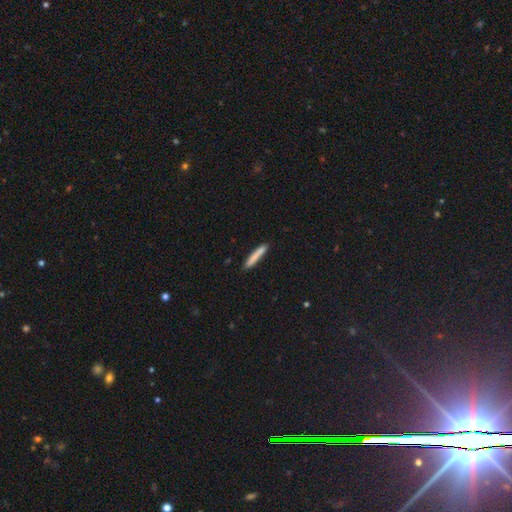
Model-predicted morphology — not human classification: The model was most divided on "smooth or featured": smooth: 81%, featured or disk: 13%, star or artifact: 6%. More confident: how rounded — cigar-shaped (95%); merging — none (87%).